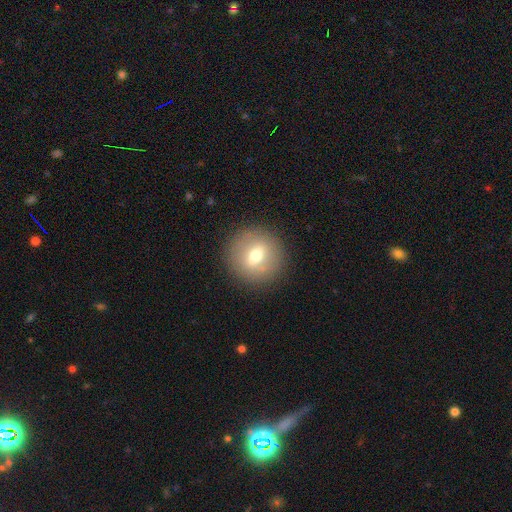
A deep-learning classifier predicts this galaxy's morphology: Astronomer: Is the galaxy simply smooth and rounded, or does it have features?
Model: smooth — 58%.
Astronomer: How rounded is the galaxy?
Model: round — 90%.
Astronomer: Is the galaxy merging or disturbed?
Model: none — 88%.